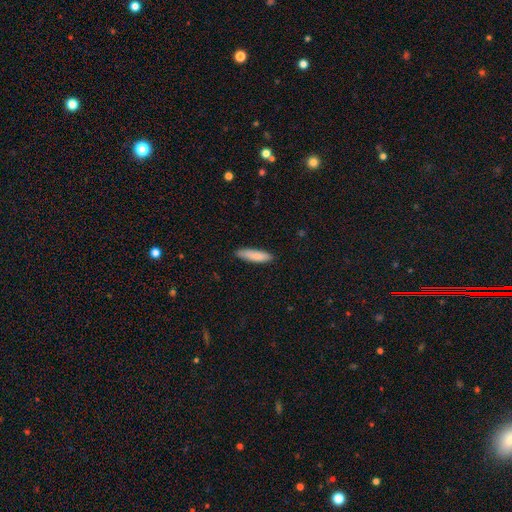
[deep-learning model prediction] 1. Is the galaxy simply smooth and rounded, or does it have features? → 85% smooth, 10% featured or disk, 6% star or artifact.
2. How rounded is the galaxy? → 70% cigar-shaped, 29% in between, 1% round.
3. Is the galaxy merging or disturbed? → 85% none, 12% minor disturbance, 2% major disturbance, 1% merger.